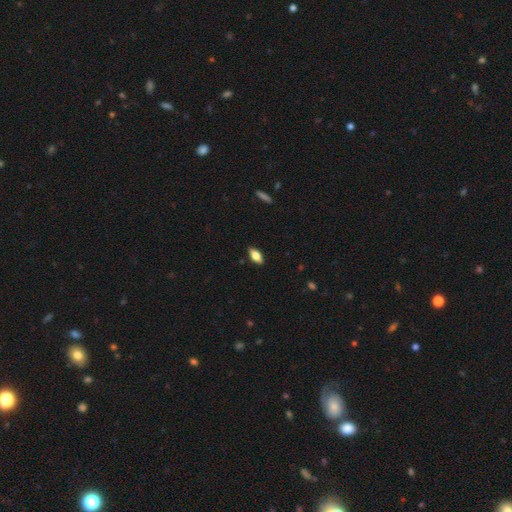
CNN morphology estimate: type=smooth (71%); roundness=in between (84%); merging=none (87%).